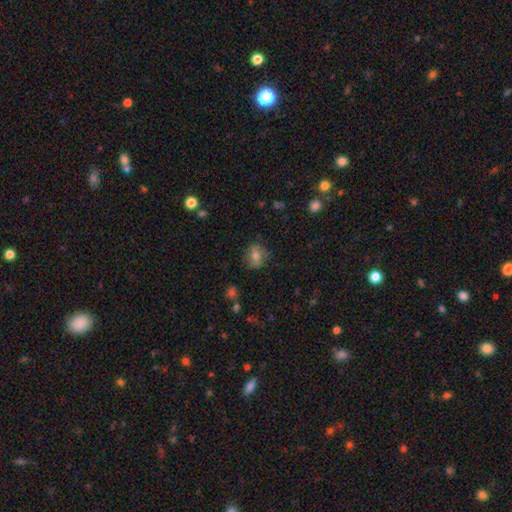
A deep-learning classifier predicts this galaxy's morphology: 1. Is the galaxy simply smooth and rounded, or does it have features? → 66% smooth, 22% featured or disk, 12% star or artifact.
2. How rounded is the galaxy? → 53% round, 44% in between, 2% cigar-shaped.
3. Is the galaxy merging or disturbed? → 80% none, 14% minor disturbance, 5% major disturbance, 2% merger.